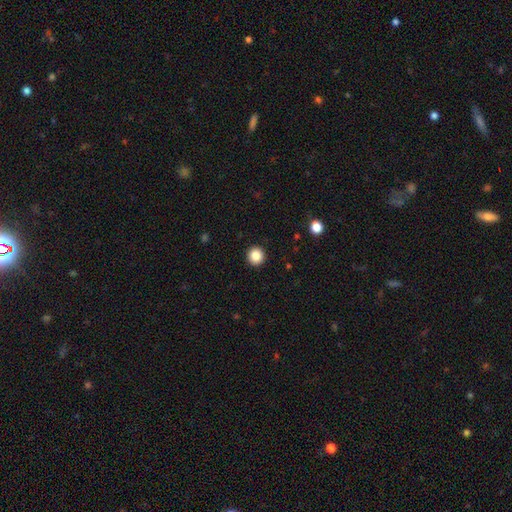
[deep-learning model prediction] Smooth or featured?
  - smooth: 86% *
  - star or artifact: 10%
  - featured or disk: 4%
How rounded?
  - round: 94% *
  - in between: 5%
  - cigar-shaped: 1%
Merging?
  - none: 93% *
  - minor disturbance: 4%
  - major disturbance: 1%
  - merger: 1%